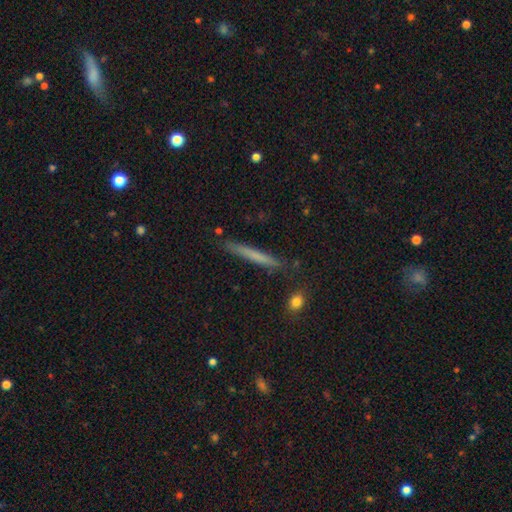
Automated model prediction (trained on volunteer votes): A smooth galaxy with no disk features (62%) that is cigar-shaped (96%).

Vote fractions:
- Smooth or featured? smooth: 62% / featured or disk: 31% / star or artifact: 7%
- How rounded? cigar-shaped: 96% / in between: 2% / round: 1%
- Merging? none: 86% / minor disturbance: 10% / major disturbance: 2% / merger: 2%